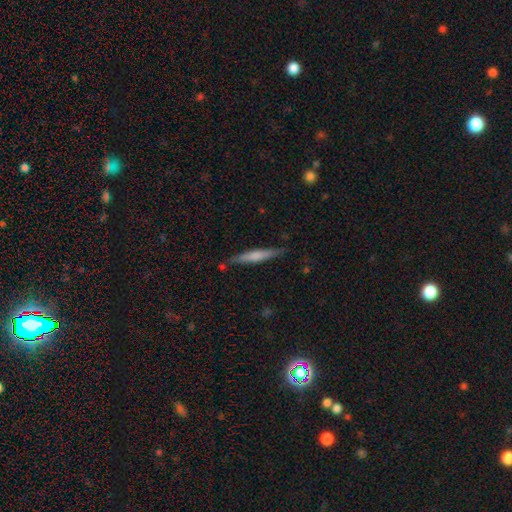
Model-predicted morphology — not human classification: Overall: smooth (59%; featured or disk 35%). How rounded: cigar-shaped (92%). Merging: none (82%).